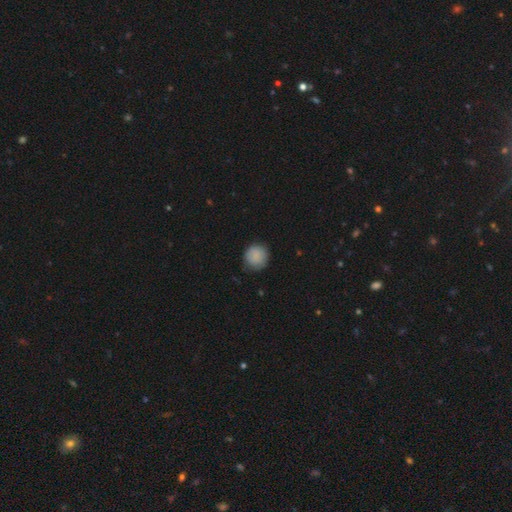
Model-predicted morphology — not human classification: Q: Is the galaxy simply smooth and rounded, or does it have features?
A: smooth — 88%.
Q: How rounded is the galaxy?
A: round — 92%.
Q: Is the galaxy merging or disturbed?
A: none — 83%.